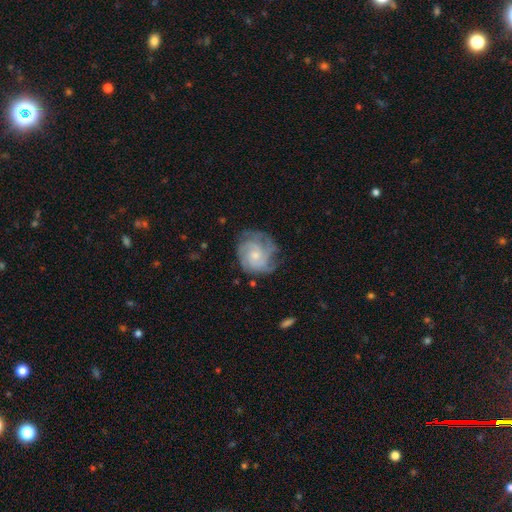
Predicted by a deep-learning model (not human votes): A featured or disk galaxy (80%) with no bar (74%), 3 (30%) tight (61%) spiral arms (95%) and a small central bulge (53%).

Vote fractions:
- Smooth or featured? featured or disk: 80% / smooth: 14% / star or artifact: 6%
- Edge-on disk? no: 98% / yes: 2%
- Bar? no: 74% / weak: 23% / strong: 3%
- Spiral arms? yes: 95% / no: 5%
- Spiral winding? tight: 61% / medium: 32% / loose: 7%
- Spiral arm count? 3: 30% / can't tell: 26% / 4: 21% / 2: 12% / more than 4: 6% / 1: 5%
- Bulge size? small: 53% / moderate: 40% / none: 4% / large: 2% / dominant: 1%
- Merging? none: 69% / minor disturbance: 21% / major disturbance: 9% / merger: 1%